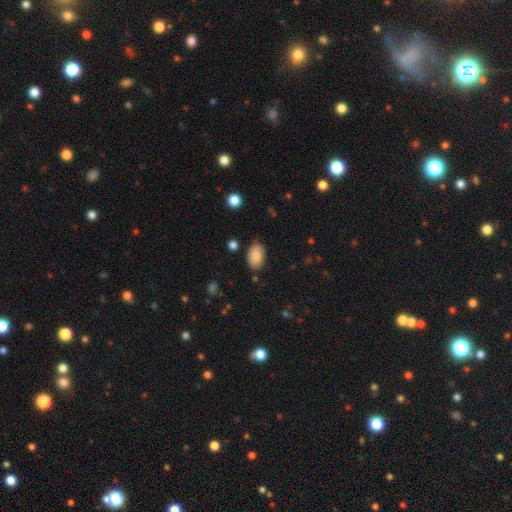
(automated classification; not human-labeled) Smooth or featured: smooth — 85% (featured or disk — 7%)
How rounded: in between — 89% (round — 9%)
Merging: none — 80% (minor disturbance — 14%)